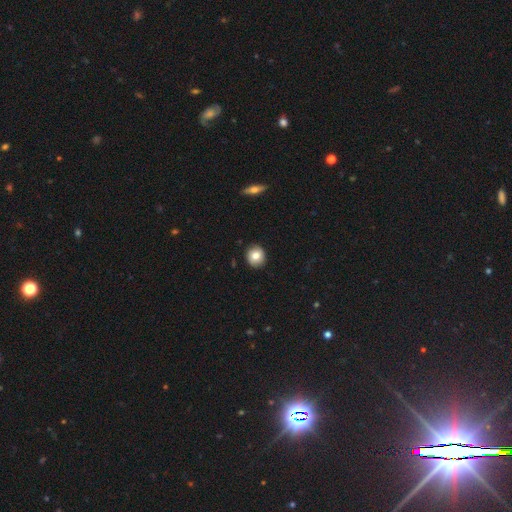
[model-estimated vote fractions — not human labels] Smooth or featured? Predicted: smooth (p=0.79). How rounded? Predicted: round (p=0.85). Merging? Predicted: none (p=0.89).